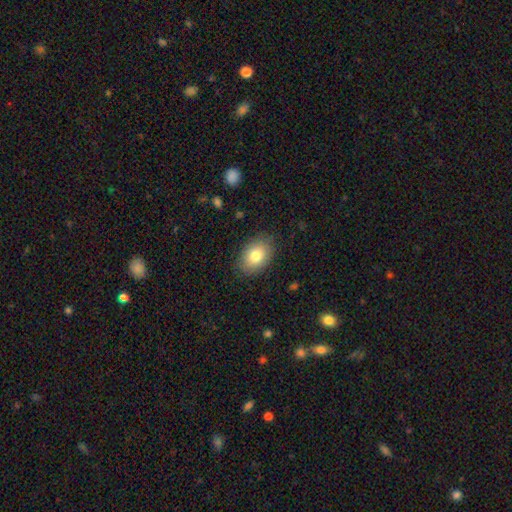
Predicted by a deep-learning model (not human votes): This appears to be a smooth galaxy with no disk features (79%) that is in between round and cigar-shaped (83%). Merging: none (85%).